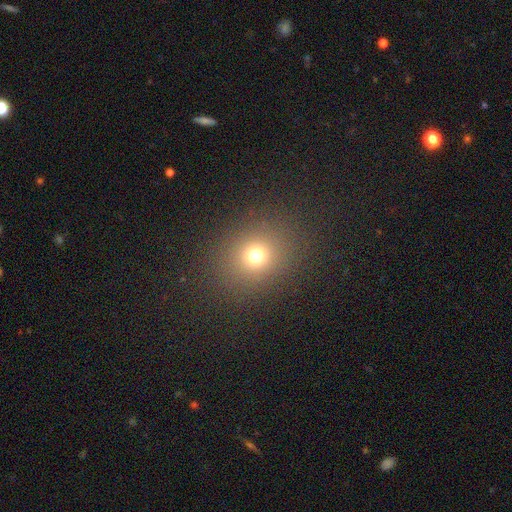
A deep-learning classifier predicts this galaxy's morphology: Smooth or featured? smooth (71%)
How rounded? round (74%)
Merging? none (86%)